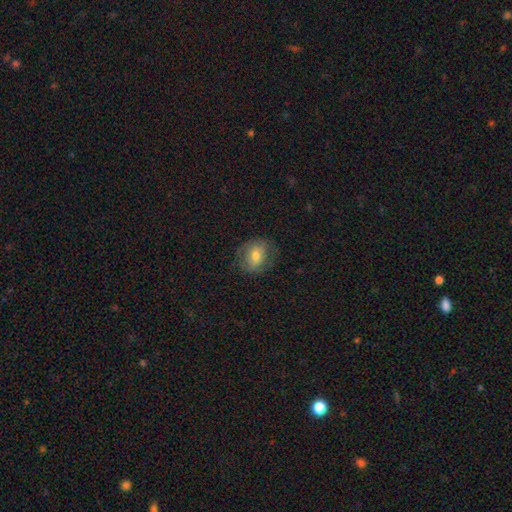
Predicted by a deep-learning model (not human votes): Morphology: type=smooth (61%); roundness=round (55%); merging=none (74%).